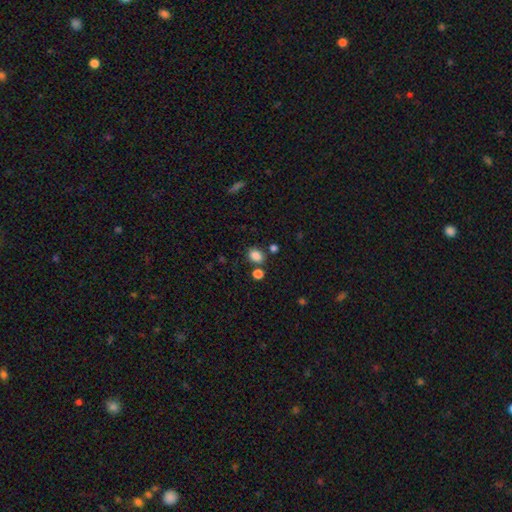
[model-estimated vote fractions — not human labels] smooth-or-featured: smooth: 84% | star or artifact: 11% | featured or disk: 5%
  how-rounded: in between: 64% | round: 35% | cigar-shaped: 1%
  merging: none: 74% | minor disturbance: 11% | merger: 11% | major disturbance: 4%